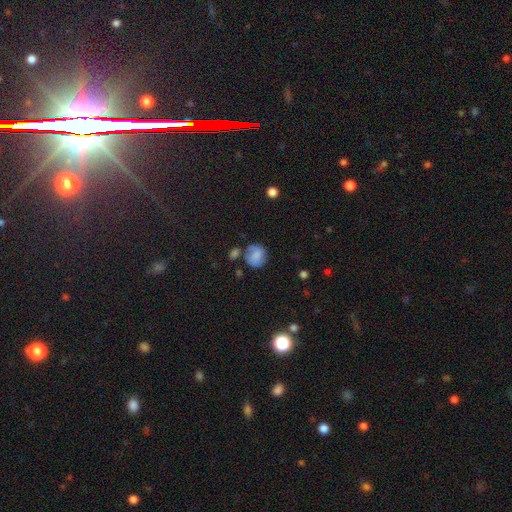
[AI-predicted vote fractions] Smooth or featured: smooth — 72% (featured or disk — 18%)
How rounded: round — 79% (in between — 20%)
Merging: none — 55% (minor disturbance — 23%)